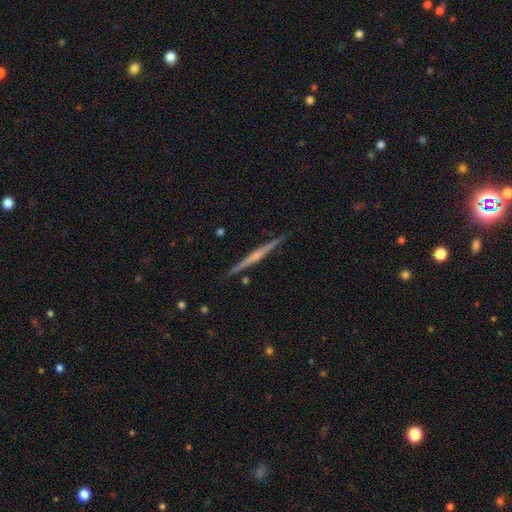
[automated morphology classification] The model was most divided on "edge-on bulge": none: 51%, rounded: 39%, boxy: 10%. More confident: edge-on disk — yes (98%); merging — none (91%); smooth or featured — featured or disk (69%).